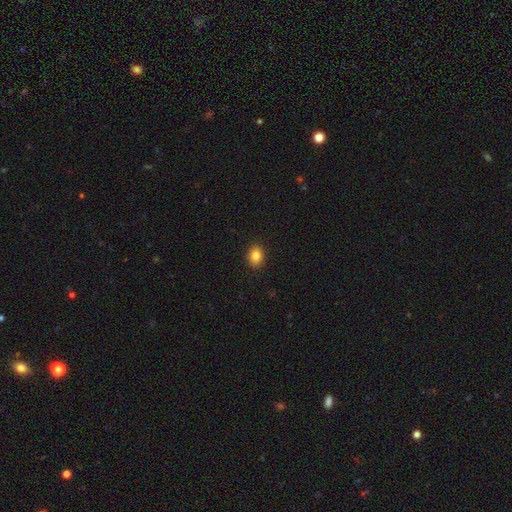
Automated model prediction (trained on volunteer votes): Smooth or featured?
  - smooth: 85% *
  - star or artifact: 10%
  - featured or disk: 5%
How rounded?
  - in between: 65% *
  - round: 34%
  - cigar-shaped: 1%
Merging?
  - none: 89% *
  - minor disturbance: 8%
  - major disturbance: 2%
  - merger: 1%